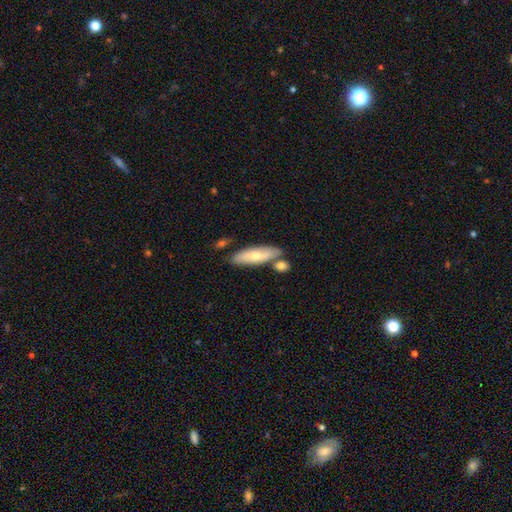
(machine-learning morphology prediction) Overall: smooth (61%; featured or disk 33%). How rounded: cigar-shaped (52%; in between 46%). Merging: none (68%).